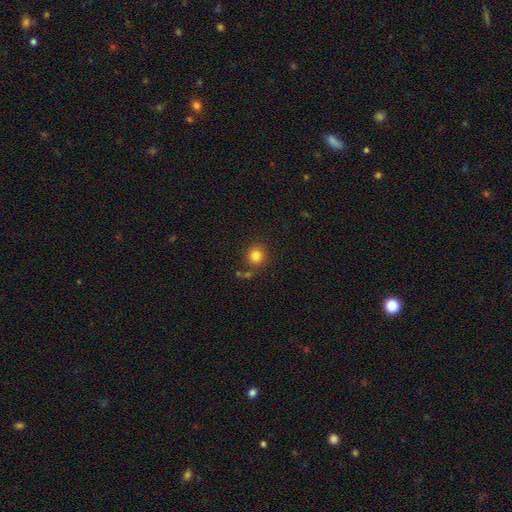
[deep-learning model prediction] The model was most divided on "merging": none: 77%, minor disturbance: 11%, merger: 8%, major disturbance: 4%. More confident: how rounded — round (90%); smooth or featured — smooth (82%).